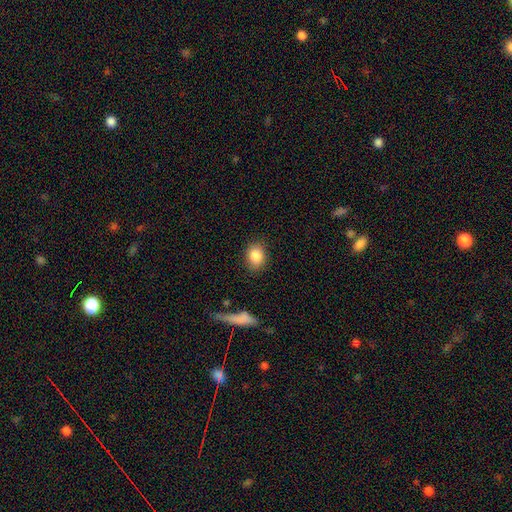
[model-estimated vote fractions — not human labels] smooth_or_featured: smooth (p=0.86) [alt: star or artifact p=0.09]
how_rounded: in between (p=0.56) [alt: round p=0.43]
merging: none (p=0.83) [alt: minor disturbance p=0.12]